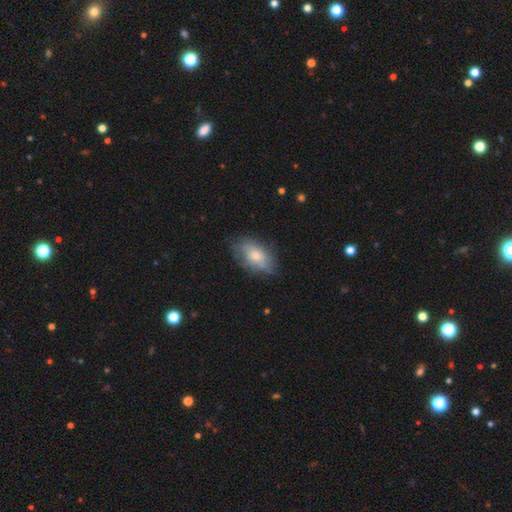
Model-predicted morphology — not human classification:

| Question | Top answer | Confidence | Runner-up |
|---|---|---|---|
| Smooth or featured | smooth | 61% | featured or disk (32%) |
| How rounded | in between | 91% | round (7%) |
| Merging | none | 68% | minor disturbance (23%) |